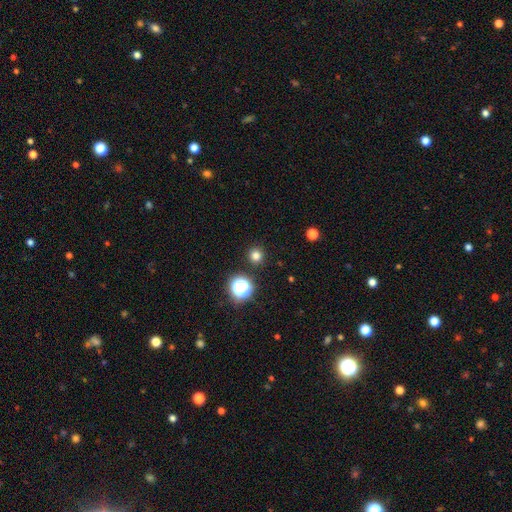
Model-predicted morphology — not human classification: Smooth or featured: smooth — 78% (star or artifact — 18%)
How rounded: round — 95% (in between — 4%)
Merging: none — 92% (minor disturbance — 4%)